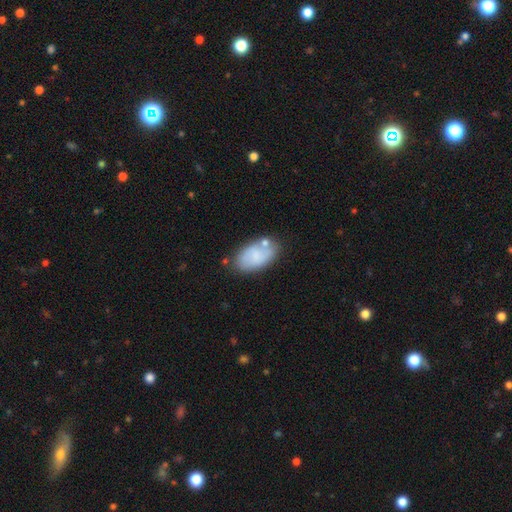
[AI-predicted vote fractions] The model was most divided on "merging": none: 64%, minor disturbance: 19%, merger: 12%, major disturbance: 5%. More confident: how rounded — in between (93%); smooth or featured — smooth (72%).